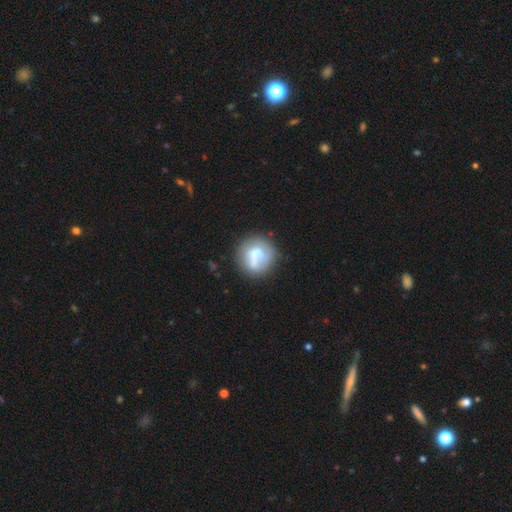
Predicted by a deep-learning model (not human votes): Overall: smooth (56%; featured or disk 36%). How rounded: round (86%). Merging: none (56%; minor disturbance 21%).